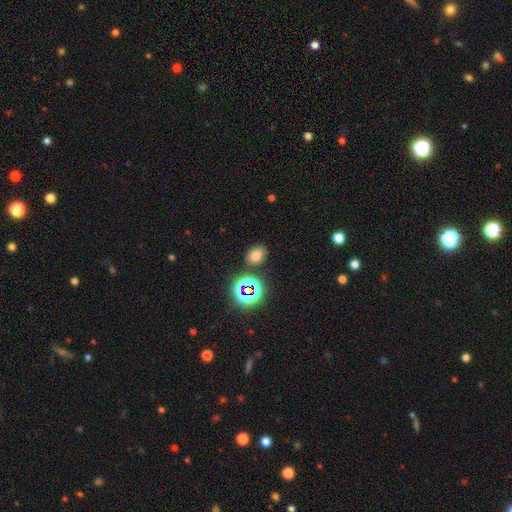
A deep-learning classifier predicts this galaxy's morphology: smooth-or-featured: smooth: 68% | star or artifact: 23% | featured or disk: 9%
  how-rounded: in between: 59% | round: 40% | cigar-shaped: 1%
  merging: none: 81% | minor disturbance: 10% | merger: 6% | major disturbance: 3%